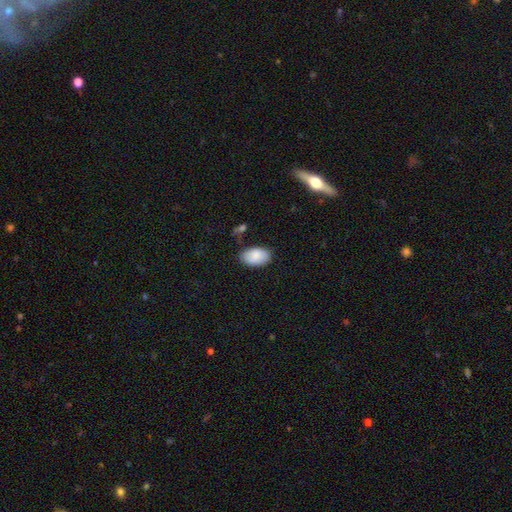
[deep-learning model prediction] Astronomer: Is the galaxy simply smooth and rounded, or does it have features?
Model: smooth — 85%.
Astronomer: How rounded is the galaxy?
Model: in between — 92%.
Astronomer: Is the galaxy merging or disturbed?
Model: none — 77%.